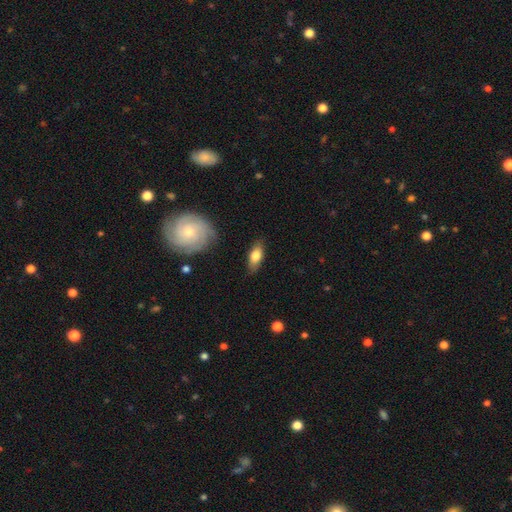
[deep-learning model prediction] This appears to be a smooth galaxy with no disk features (73%) that is in between round and cigar-shaped (78%). Merging: none (81%).